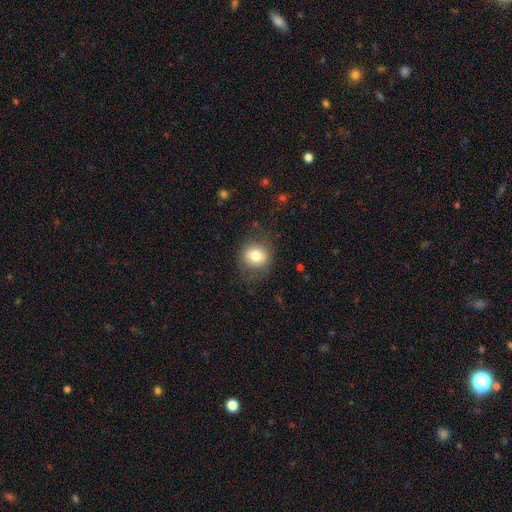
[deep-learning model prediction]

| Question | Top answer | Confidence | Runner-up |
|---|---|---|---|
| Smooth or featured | smooth | 76% | featured or disk (14%) |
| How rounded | round | 82% | in between (17%) |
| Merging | none | 79% | minor disturbance (14%) |